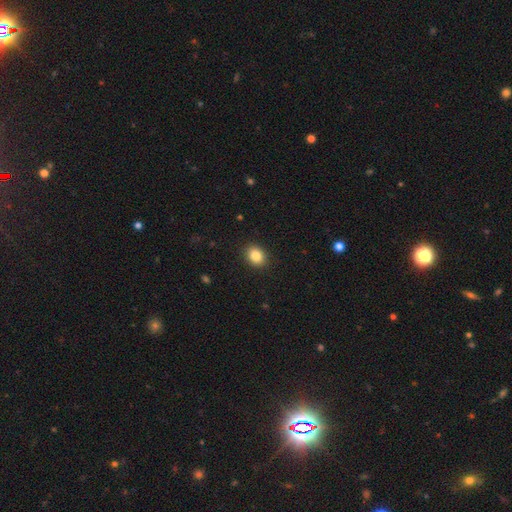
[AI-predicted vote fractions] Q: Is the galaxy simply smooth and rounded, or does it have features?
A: smooth — 86%.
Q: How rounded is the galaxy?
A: in between — 53%.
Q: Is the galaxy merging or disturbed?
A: none — 90%.